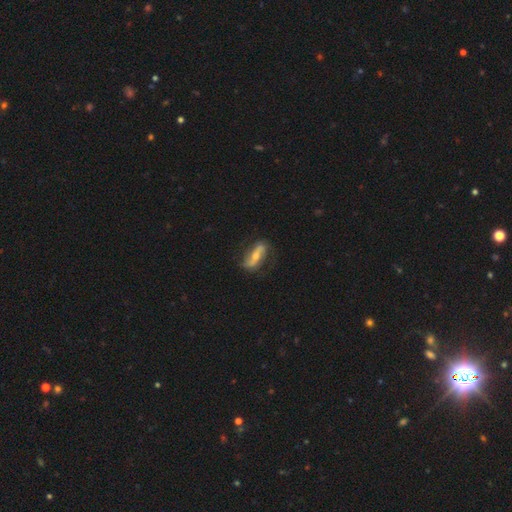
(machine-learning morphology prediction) type=featured or disk (63%); edge-on=no (80%); bar=strong (46%); spiral arms=yes (85%); bulge=moderate (47%); merging=none (72%).